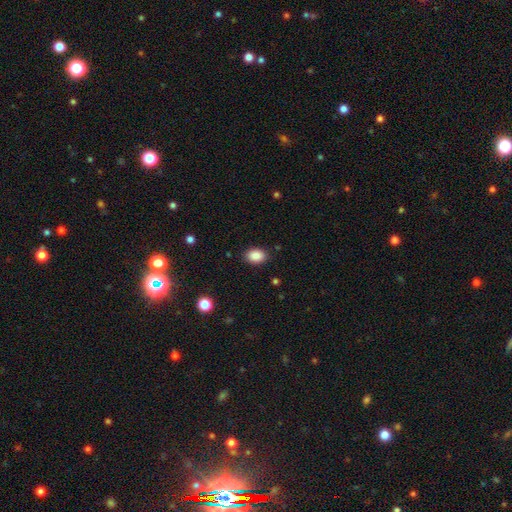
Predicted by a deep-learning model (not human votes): This appears to be a smooth galaxy with no disk features (88%) that is in between round and cigar-shaped (76%). Merging: none (87%).